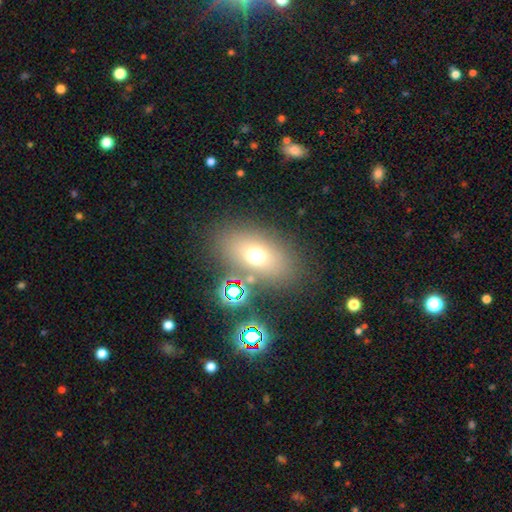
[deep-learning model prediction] smooth-or-featured: smooth: 64% | star or artifact: 20% | featured or disk: 16%
  how-rounded: in between: 72% | round: 26% | cigar-shaped: 2%
  merging: none: 75% | minor disturbance: 11% | merger: 9% | major disturbance: 6%